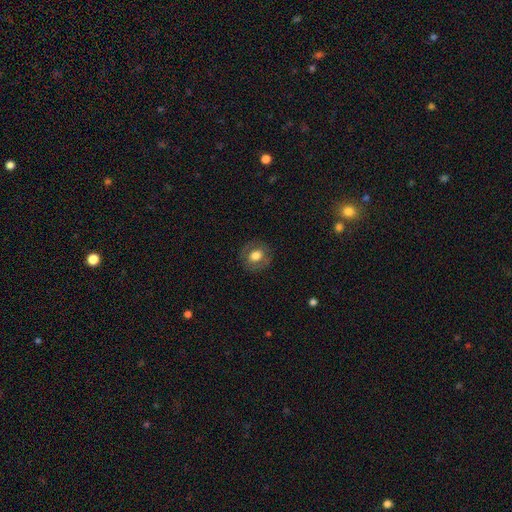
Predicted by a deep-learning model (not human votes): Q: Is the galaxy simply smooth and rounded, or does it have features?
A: smooth — 64%.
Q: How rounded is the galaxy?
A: round — 71%.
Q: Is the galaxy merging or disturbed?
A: none — 84%.